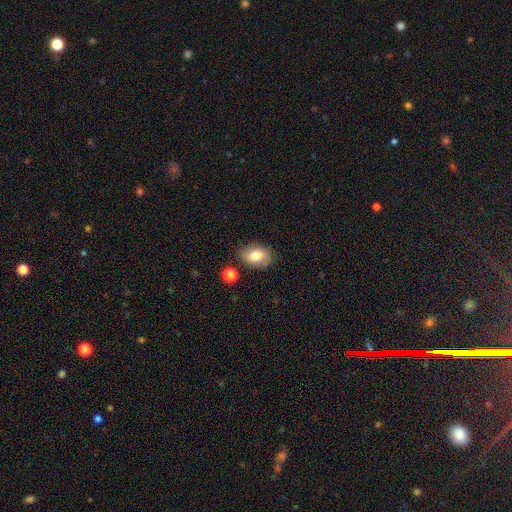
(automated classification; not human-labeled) The model was most divided on "how rounded": in between: 80%, round: 19%, cigar-shaped: 1%. More confident: merging — none (81%); smooth or featured — smooth (77%).